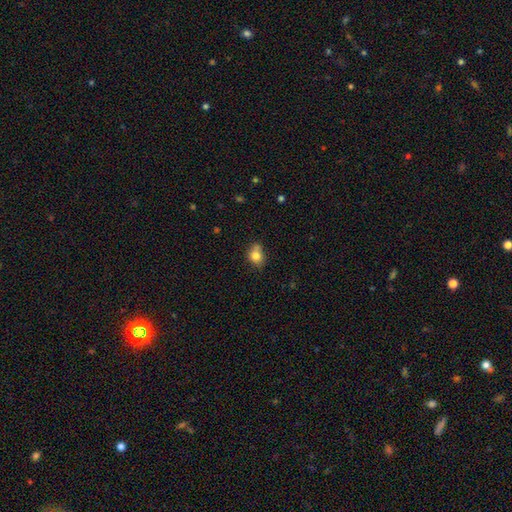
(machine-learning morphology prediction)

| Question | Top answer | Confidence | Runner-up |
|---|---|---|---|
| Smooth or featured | smooth | 80% | star or artifact (11%) |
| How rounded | round | 64% | in between (35%) |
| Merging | none | 57% | minor disturbance (23%) |